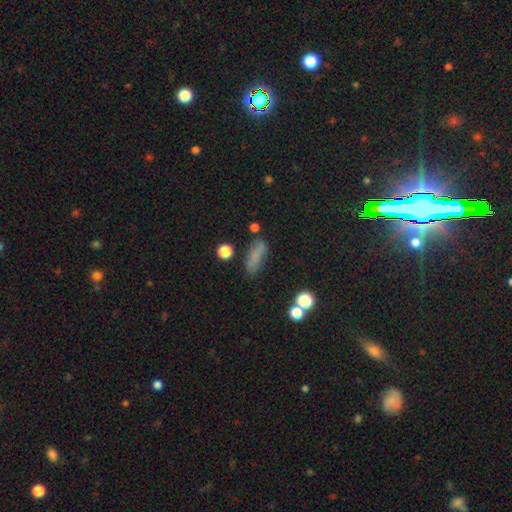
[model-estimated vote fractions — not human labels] This is likely a smooth galaxy (71%). How rounded: possibly in between (51%). Merging: likely none (65%).